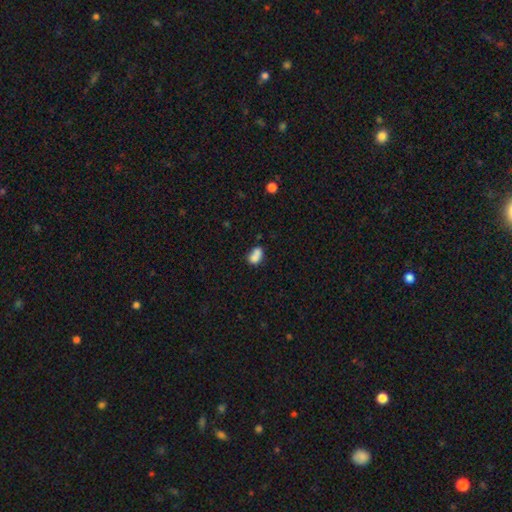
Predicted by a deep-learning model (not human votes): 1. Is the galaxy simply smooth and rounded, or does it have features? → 79% smooth, 12% featured or disk, 10% star or artifact.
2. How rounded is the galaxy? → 79% in between, 19% round, 3% cigar-shaped.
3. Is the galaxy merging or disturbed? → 38% none, 37% merger, 18% minor disturbance, 7% major disturbance.